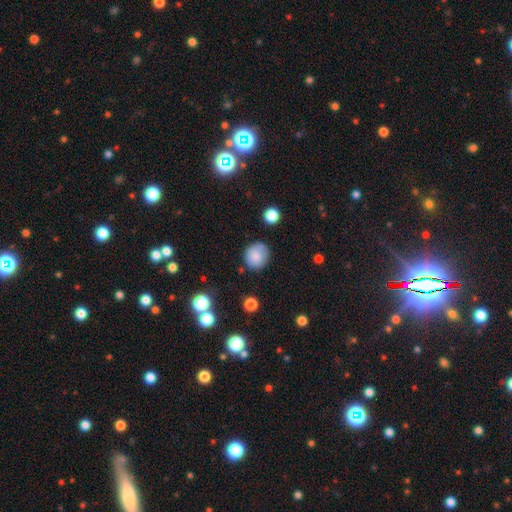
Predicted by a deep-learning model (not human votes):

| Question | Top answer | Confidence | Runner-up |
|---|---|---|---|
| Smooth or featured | smooth | 82% | star or artifact (9%) |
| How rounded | round | 85% | in between (14%) |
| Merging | none | 78% | minor disturbance (15%) |